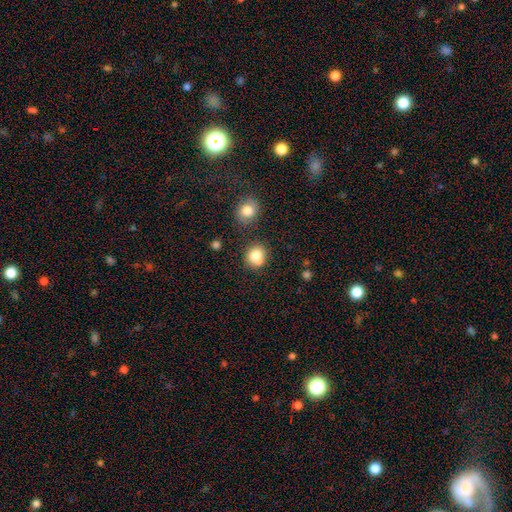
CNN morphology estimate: A smooth galaxy with no disk features (81%) that is round (79%). Merging: none (66%).